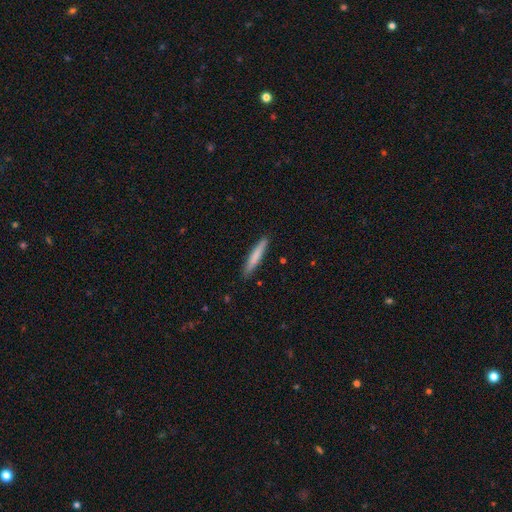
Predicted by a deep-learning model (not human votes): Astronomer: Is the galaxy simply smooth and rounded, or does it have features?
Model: smooth — 74%.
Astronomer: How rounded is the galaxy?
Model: cigar-shaped — 94%.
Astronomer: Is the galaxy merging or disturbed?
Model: none — 88%.